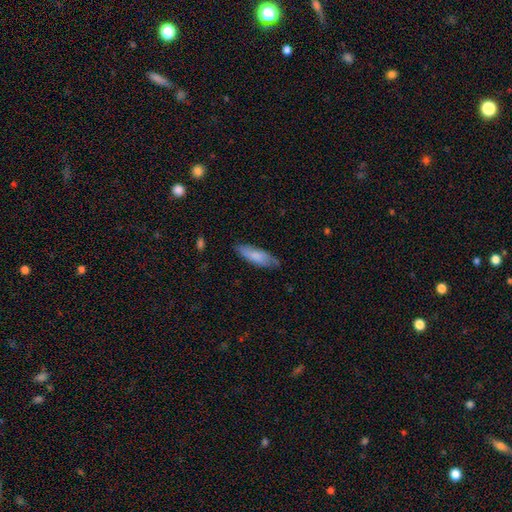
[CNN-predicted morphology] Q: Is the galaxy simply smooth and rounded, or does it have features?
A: smooth — 76%.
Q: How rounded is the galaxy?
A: in between — 50%.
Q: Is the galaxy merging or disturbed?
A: none — 73%.